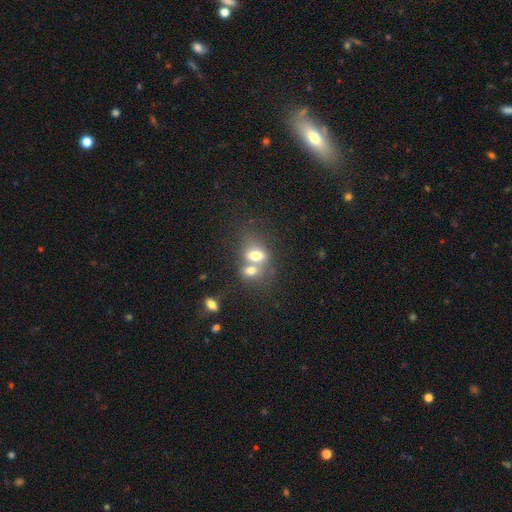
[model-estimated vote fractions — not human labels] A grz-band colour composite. It shows a smooth galaxy with no disk features (67%) that is in between round and cigar-shaped (75%). Merging: merger (66%).